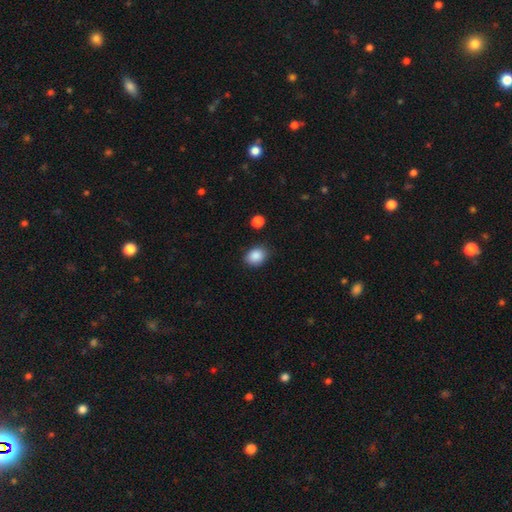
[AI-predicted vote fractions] smooth-or-featured: smooth: 88% | star or artifact: 8% | featured or disk: 4%
  how-rounded: in between: 61% | round: 38% | cigar-shaped: 1%
  merging: none: 81% | minor disturbance: 13% | major disturbance: 3% | merger: 2%